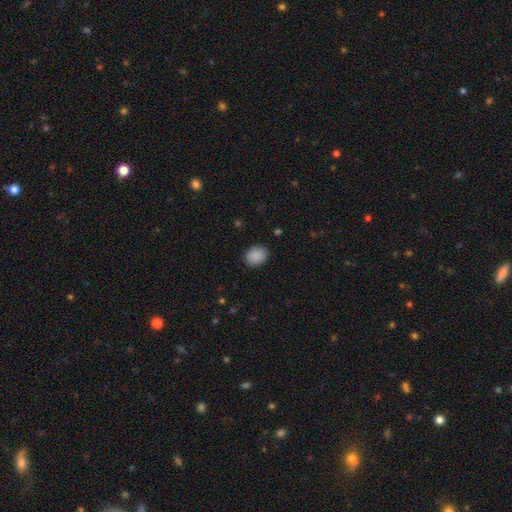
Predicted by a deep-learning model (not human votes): smooth 89%, star or artifact 8%, featured or disk 3%. Down the decision tree: how rounded — round (50%); merging — none (87%).